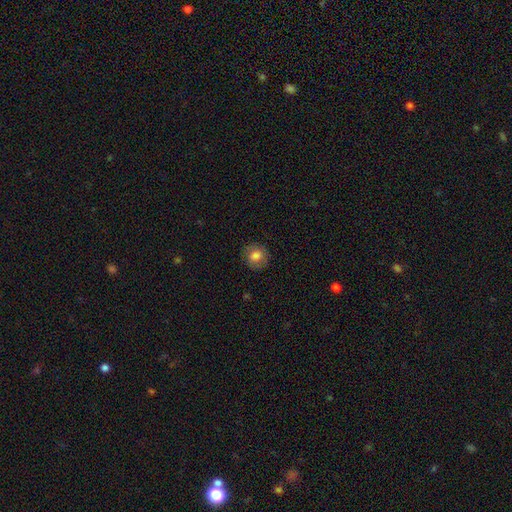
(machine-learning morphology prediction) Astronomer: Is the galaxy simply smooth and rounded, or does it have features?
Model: smooth — 79%.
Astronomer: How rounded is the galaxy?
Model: round — 88%.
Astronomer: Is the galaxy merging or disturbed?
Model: none — 87%.